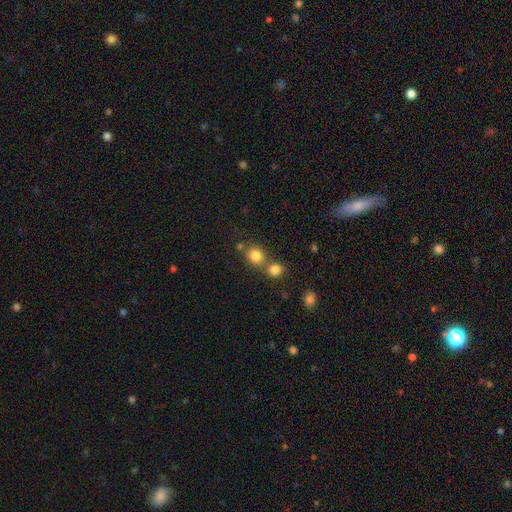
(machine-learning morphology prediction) smooth-or-featured: smooth: 81% | star or artifact: 12% | featured or disk: 7%
  how-rounded: round: 74% | in between: 25% | cigar-shaped: 1%
  merging: none: 52% | merger: 37% | minor disturbance: 8% | major disturbance: 3%